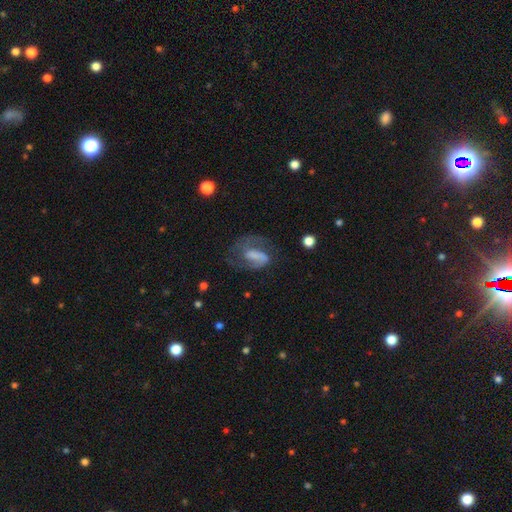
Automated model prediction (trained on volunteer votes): Morphology: type=featured or disk (68%); edge-on=no (97%); bar=weak (39%); spiral arms=yes (85%); winding=medium (46%); arm count=2 (47%); bulge=none (47%); merging=none (43%).